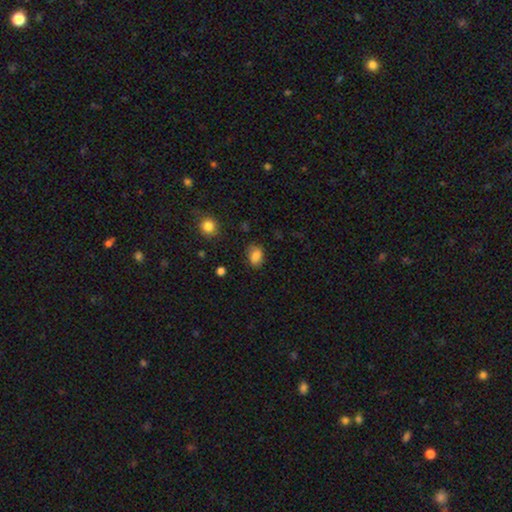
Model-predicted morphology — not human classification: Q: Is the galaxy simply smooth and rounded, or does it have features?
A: smooth — 83%.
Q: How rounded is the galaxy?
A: in between — 74%.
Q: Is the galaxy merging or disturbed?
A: none — 76%.